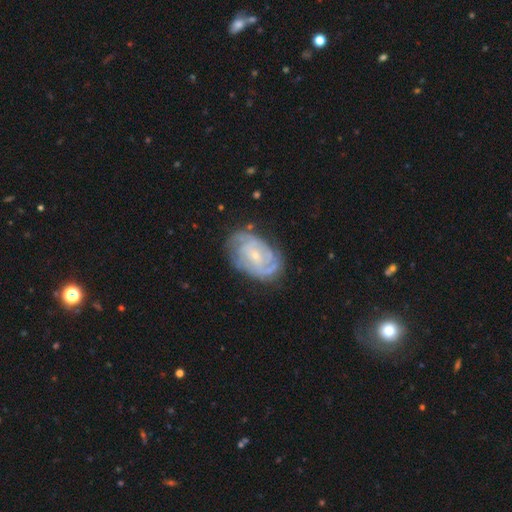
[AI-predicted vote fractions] Smooth or featured? Predicted: featured or disk (p=0.82). Edge-on disk? Predicted: no (p=0.97). Bar? Predicted: no (p=0.64). Spiral arms? Predicted: yes (p=0.92). Spiral winding? Predicted: tight (p=0.64). Spiral arm count? Predicted: can't tell (p=0.35). Bulge size? Predicted: small (p=0.75). Merging? Predicted: none (p=0.71).